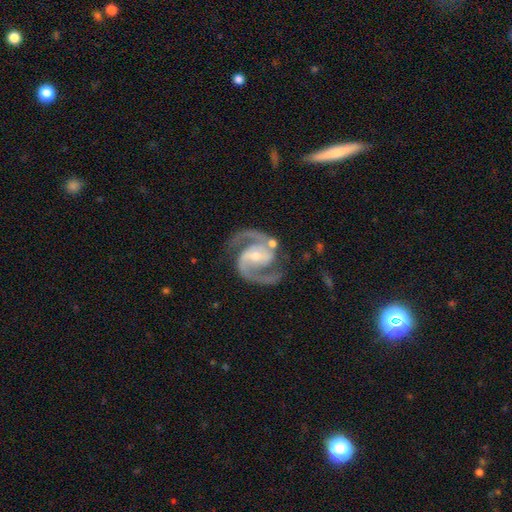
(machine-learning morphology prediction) smooth-or-featured: featured or disk: 94% | star or artifact: 4% | smooth: 2%
  disk-edge-on: no: 98% | yes: 2%
    bar: weak: 42% | no: 31% | strong: 27%
    has-spiral-arms: yes: 99% | no: 1%
      spiral-winding: medium: 69% | tight: 20% | loose: 11%
      spiral-arm-count: 2: 94% | 3: 2% | can't tell: 1% | 1: 1% | 4: 1% | more than 4: 1%
    bulge-size: small: 56% | moderate: 40% | large: 2% | none: 2% | dominant: 1%
  merging: none: 78% | minor disturbance: 13% | major disturbance: 5% | merger: 4%